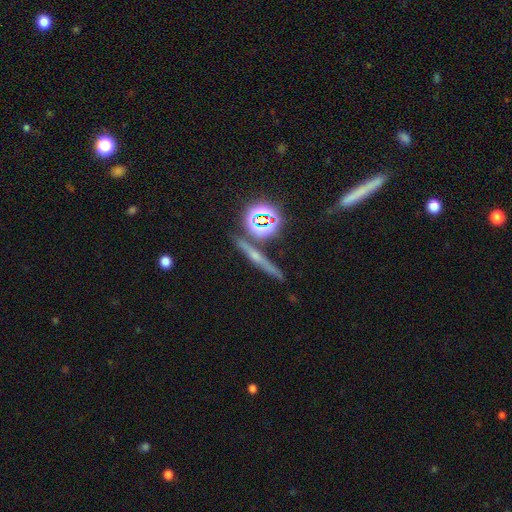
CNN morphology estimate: type=featured or disk (46%); merging=none (83%).